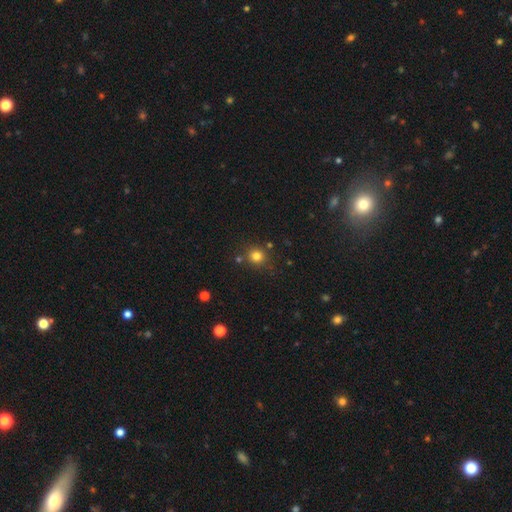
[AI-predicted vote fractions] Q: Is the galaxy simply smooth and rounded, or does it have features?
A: smooth — 79%.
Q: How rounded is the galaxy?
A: round — 89%.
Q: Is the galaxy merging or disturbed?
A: none — 80%.